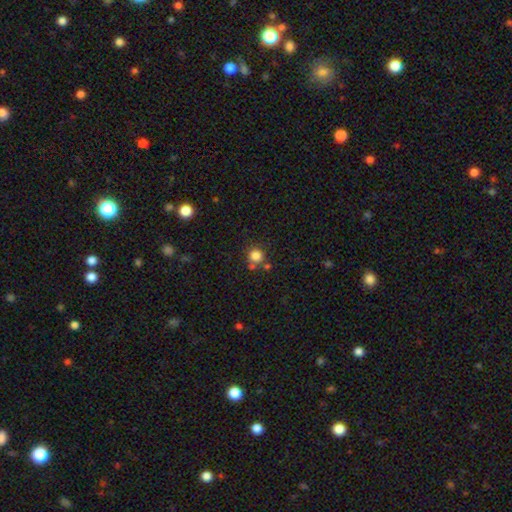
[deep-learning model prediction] Smooth or featured?
  - smooth: 82% *
  - star or artifact: 12%
  - featured or disk: 5%
How rounded?
  - round: 91% *
  - in between: 9%
  - cigar-shaped: 1%
Merging?
  - none: 69% *
  - merger: 17%
  - minor disturbance: 10%
  - major disturbance: 4%